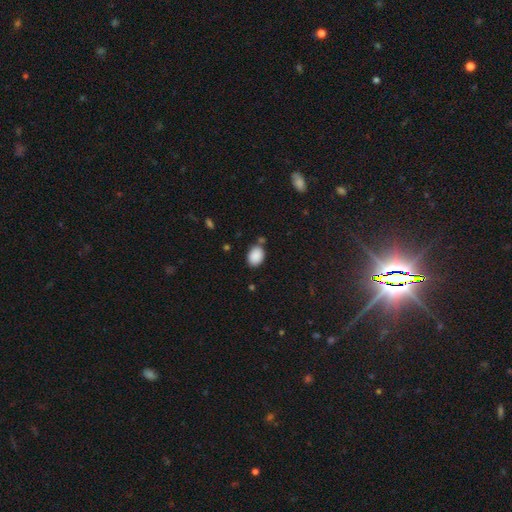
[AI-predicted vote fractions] smooth 90%, star or artifact 7%, featured or disk 3%. Down the decision tree: how rounded — in between (78%); merging — none (76%).